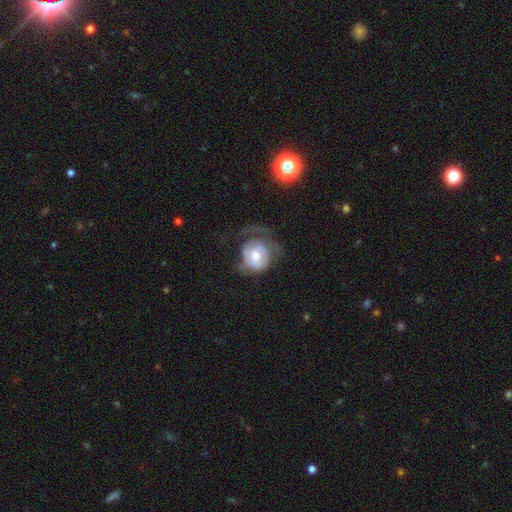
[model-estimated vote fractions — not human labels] Smooth or featured? Predicted: featured or disk (p=0.49). Merging? Predicted: major disturbance (p=0.42).